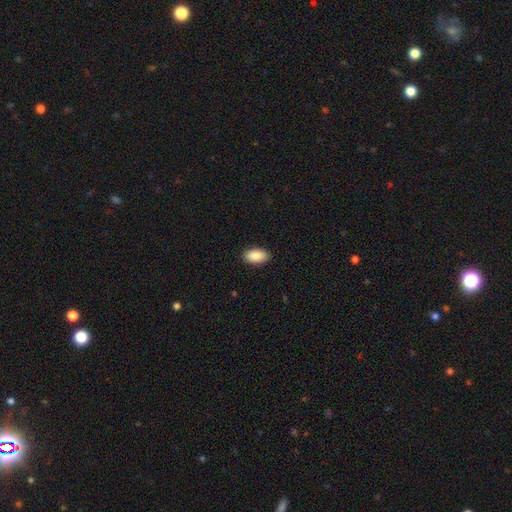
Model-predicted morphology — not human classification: Smooth or featured?
  - smooth: 90% *
  - star or artifact: 6%
  - featured or disk: 4%
How rounded?
  - in between: 95% *
  - round: 3%
  - cigar-shaped: 2%
Merging?
  - none: 90% *
  - minor disturbance: 7%
  - major disturbance: 2%
  - merger: 1%